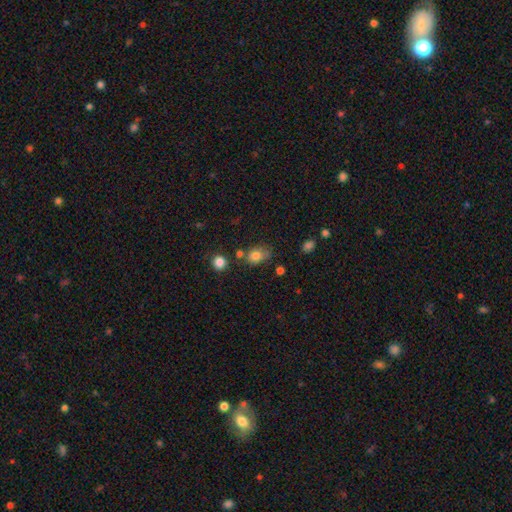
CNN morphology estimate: smooth 80%, star or artifact 11%, featured or disk 9%. Down the decision tree: how rounded — in between (65%); merging — none (54%).